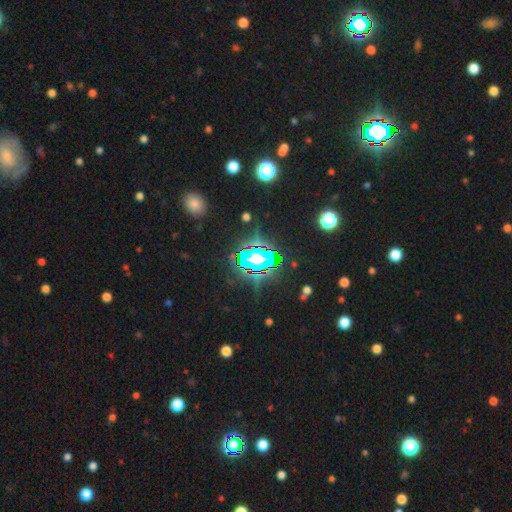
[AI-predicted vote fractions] This is likely a star or artifact rather than a galaxy (76%).